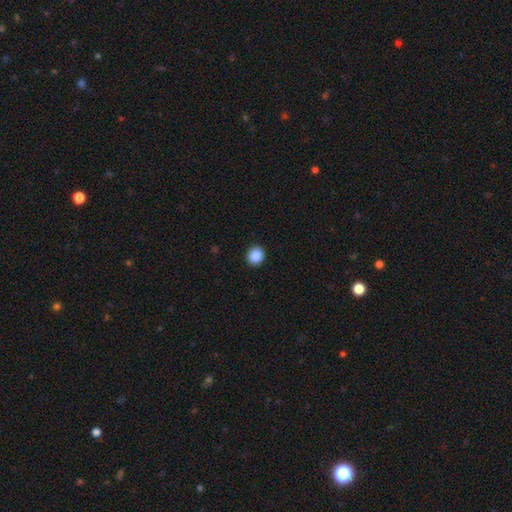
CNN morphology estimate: The model was most divided on "how rounded": round: 85%, in between: 14%, cigar-shaped: 1%. More confident: merging — none (91%); smooth or featured — smooth (89%).